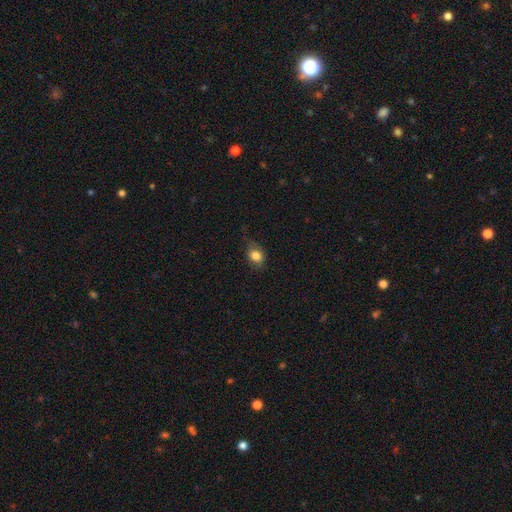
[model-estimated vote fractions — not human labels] Q: Smooth or featured?
A: smooth (83%); runner-up: star or artifact (9%)
Q: How rounded?
A: in between (64%); runner-up: round (35%)
Q: Merging?
A: none (66%); runner-up: minor disturbance (26%)